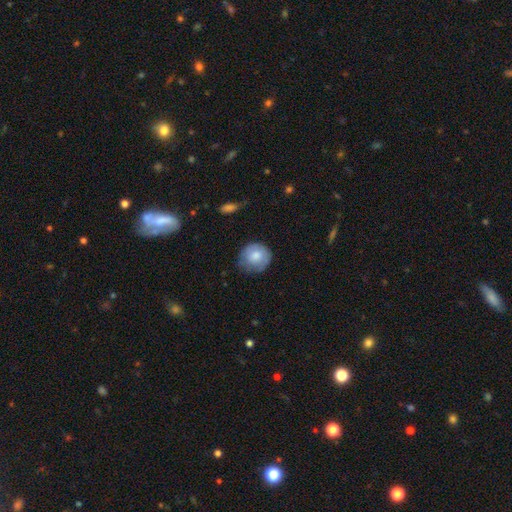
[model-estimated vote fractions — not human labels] smooth_or_featured: smooth (p=0.74) [alt: featured or disk p=0.20]
how_rounded: round (p=0.86) [alt: in between p=0.13]
merging: none (p=0.66) [alt: minor disturbance p=0.26]